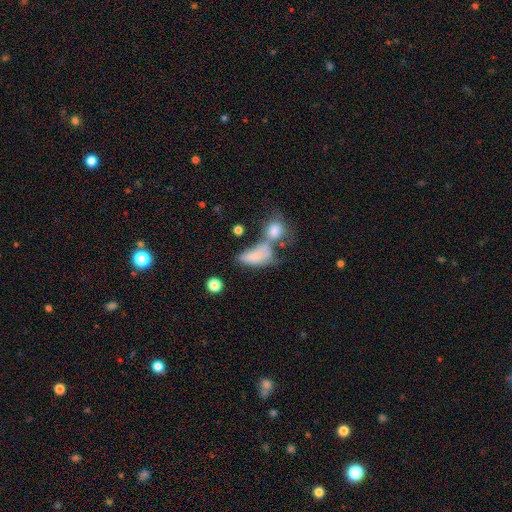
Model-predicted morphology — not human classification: type=smooth (72%); roundness=in between (82%); merging=merger (51%).